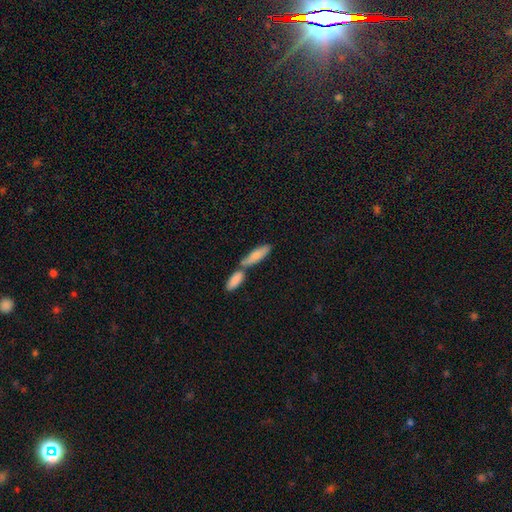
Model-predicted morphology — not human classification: This is likely a smooth galaxy (77%). How rounded: possibly cigar-shaped (51%). Merging: possibly merger (48%).